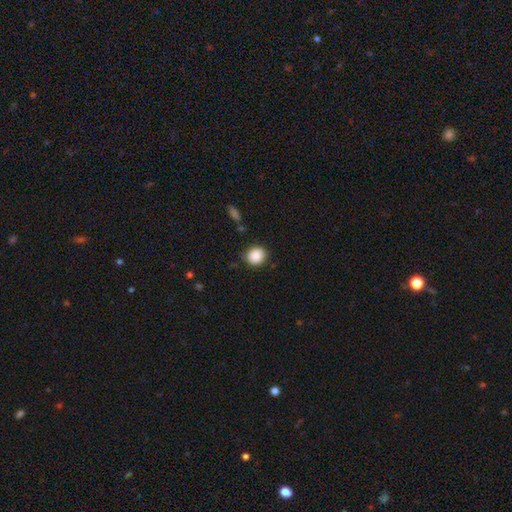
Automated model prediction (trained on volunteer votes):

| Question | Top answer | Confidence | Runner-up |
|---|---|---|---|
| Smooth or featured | smooth | 88% | star or artifact (9%) |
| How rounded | round | 82% | in between (17%) |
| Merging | none | 84% | minor disturbance (11%) |